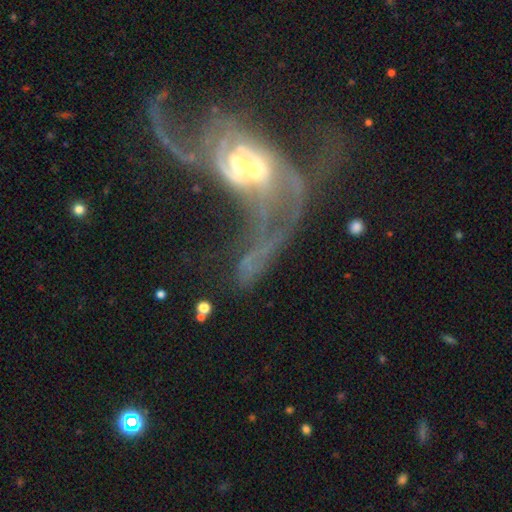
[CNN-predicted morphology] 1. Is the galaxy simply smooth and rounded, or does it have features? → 79% featured or disk, 11% smooth, 10% star or artifact.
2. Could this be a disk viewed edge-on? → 95% no, 5% yes.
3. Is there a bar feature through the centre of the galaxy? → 54% no, 31% weak, 14% strong.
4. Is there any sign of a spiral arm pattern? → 80% yes, 20% no.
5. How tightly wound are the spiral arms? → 71% loose, 22% medium, 8% tight.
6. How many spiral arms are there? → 57% 2, 16% can't tell, 14% 1, 7% 3, 3% 4, 3% more than 4.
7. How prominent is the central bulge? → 51% moderate, 33% small, 8% large, 5% none, 3% dominant.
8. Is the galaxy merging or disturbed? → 61% merger, 23% major disturbance, 10% none, 6% minor disturbance.